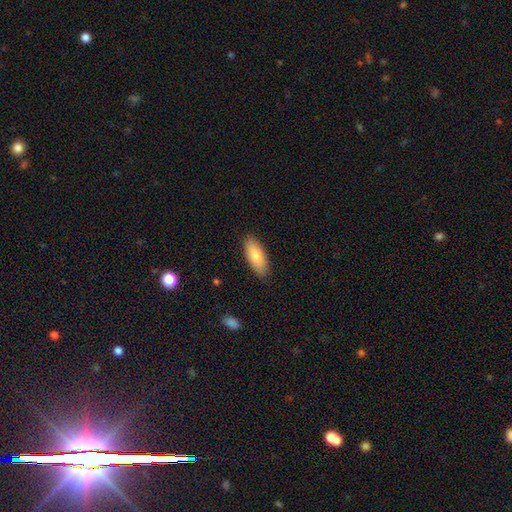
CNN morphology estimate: type=smooth (82%); roundness=in between (80%); merging=none (86%).